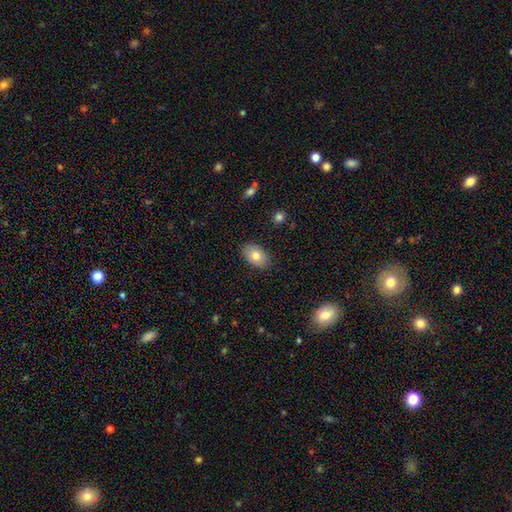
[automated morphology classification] Overall: smooth (79%). How rounded: in between (90%). Merging: none (87%).